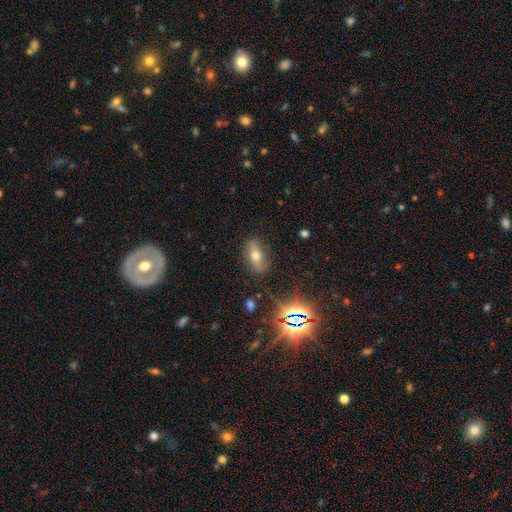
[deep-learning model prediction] Morphology: type=smooth (53%); roundness=in between (83%); merging=none (79%).